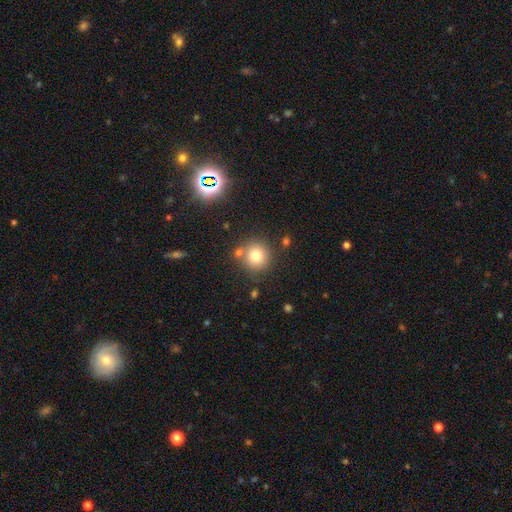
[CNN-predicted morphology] Smooth or featured? smooth (77%)
How rounded? round (92%)
Merging? none (75%)